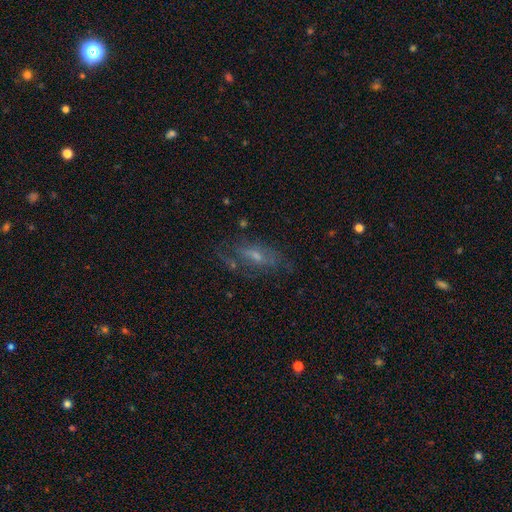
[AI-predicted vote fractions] Morphology: type=featured or disk (59%); edge-on=no (83%); merging=none (62%).